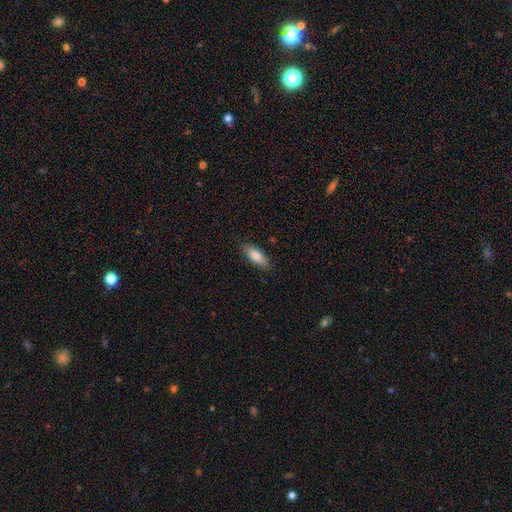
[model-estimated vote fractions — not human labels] Q: Smooth or featured?
A: smooth (76%); runner-up: featured or disk (18%)
Q: How rounded?
A: in between (66%); runner-up: cigar-shaped (31%)
Q: Merging?
A: none (87%); runner-up: minor disturbance (10%)